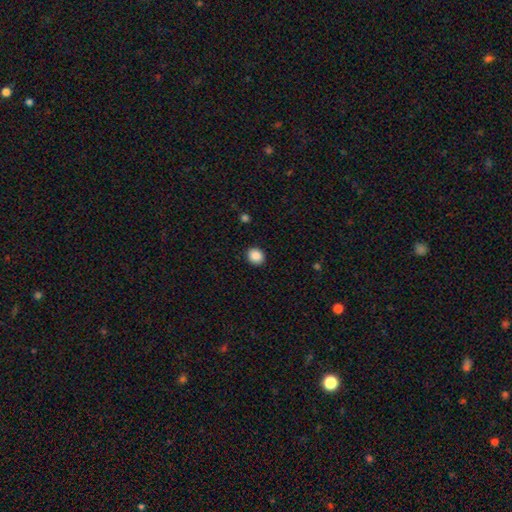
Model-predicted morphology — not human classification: smooth-or-featured: smooth: 88% | star or artifact: 9% | featured or disk: 3%
  how-rounded: round: 69% | in between: 30% | cigar-shaped: 1%
  merging: none: 91% | minor disturbance: 6% | major disturbance: 2% | merger: 1%